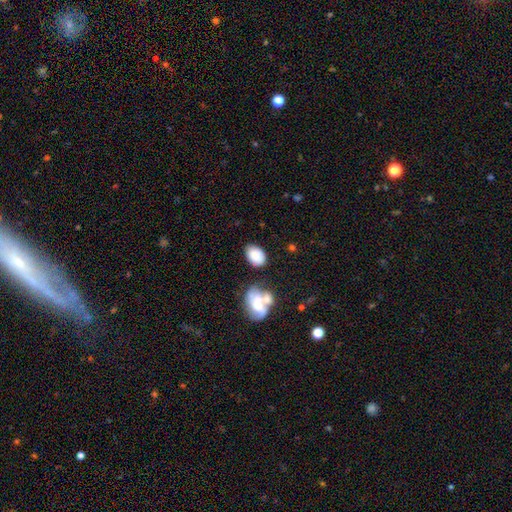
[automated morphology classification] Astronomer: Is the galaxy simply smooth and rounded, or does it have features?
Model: smooth — 82%.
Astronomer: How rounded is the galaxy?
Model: in between — 83%.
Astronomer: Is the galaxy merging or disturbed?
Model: none — 62%.